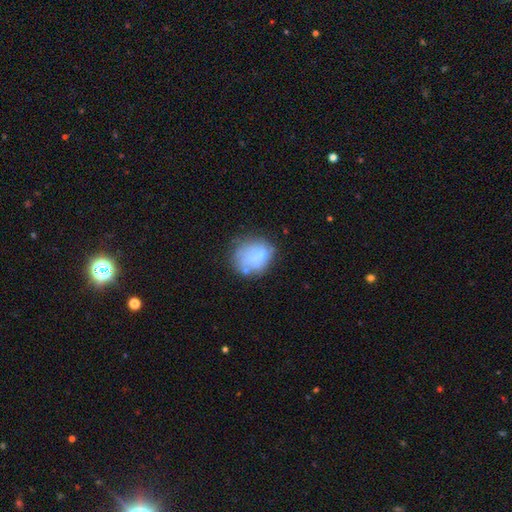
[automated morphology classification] Smooth or featured? smooth (59%)
How rounded? round (57%)
Merging? none (48%)